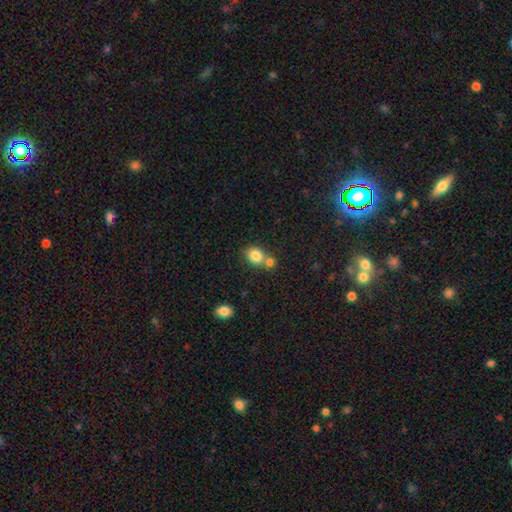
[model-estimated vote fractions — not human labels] A smooth galaxy with no disk features (83%) that is round (67%). Merging: none (50%).